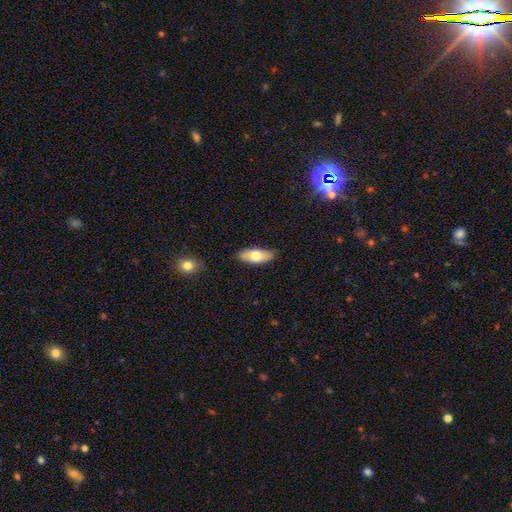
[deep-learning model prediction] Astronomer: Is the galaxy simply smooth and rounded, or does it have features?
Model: smooth — 73%.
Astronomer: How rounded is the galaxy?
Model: in between — 81%.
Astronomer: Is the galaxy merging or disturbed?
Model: none — 87%.